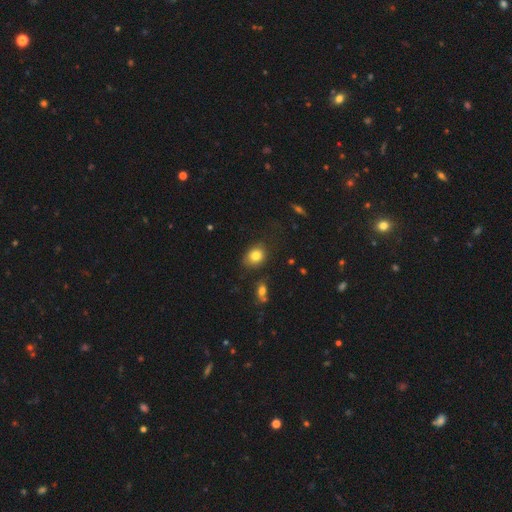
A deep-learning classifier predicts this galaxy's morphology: A smooth galaxy with no disk features (81%) that is in between round and cigar-shaped (50%).

Vote fractions:
- Smooth or featured? smooth: 81% / star or artifact: 10% / featured or disk: 9%
- How rounded? in between: 50% / round: 49% / cigar-shaped: 1%
- Merging? none: 71% / minor disturbance: 20% / major disturbance: 6% / merger: 3%